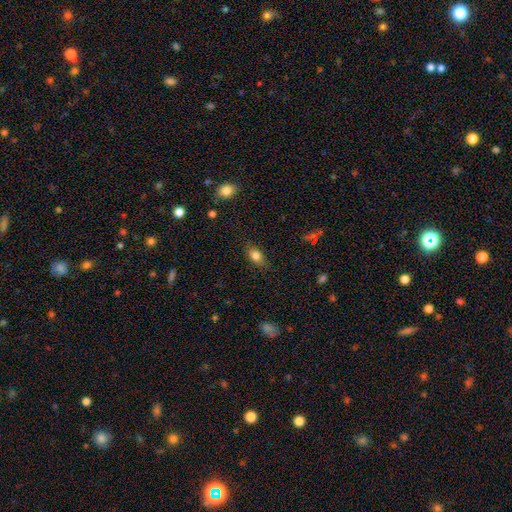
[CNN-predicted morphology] Smooth or featured? smooth (80%)
How rounded? in between (81%)
Merging? none (79%)